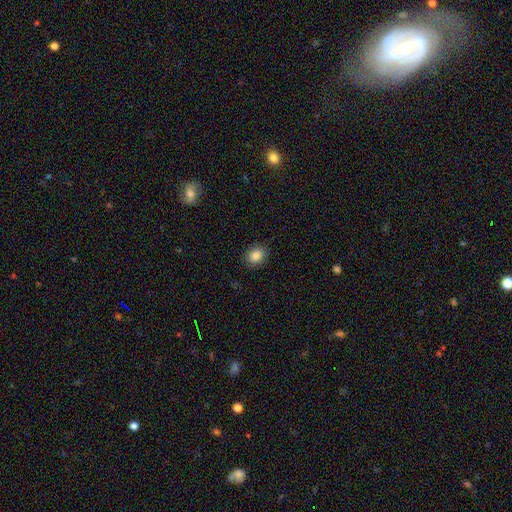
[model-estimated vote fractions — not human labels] smooth 86%, star or artifact 9%, featured or disk 5%. Down the decision tree: how rounded — in between (53%); merging — none (87%).